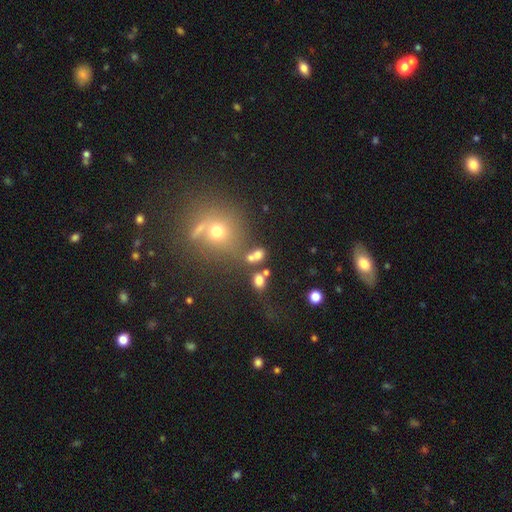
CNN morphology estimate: Q: Smooth or featured?
A: smooth (68%); runner-up: star or artifact (18%)
Q: How rounded?
A: in between (56%); runner-up: round (42%)
Q: Merging?
A: none (50%); runner-up: merger (29%)